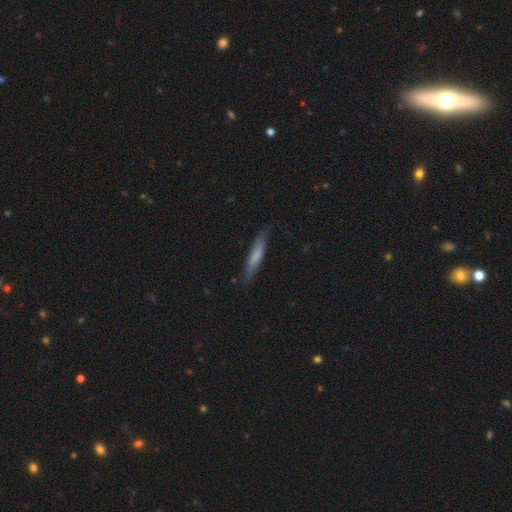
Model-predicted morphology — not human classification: The model was most divided on "smooth or featured": smooth: 68%, featured or disk: 26%, star or artifact: 6%. More confident: how rounded — cigar-shaped (89%); merging — none (82%).